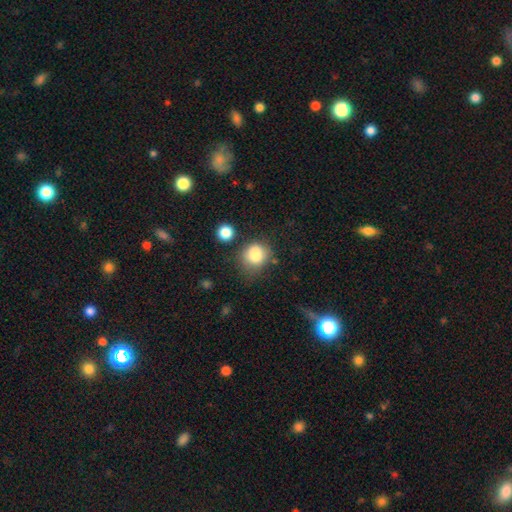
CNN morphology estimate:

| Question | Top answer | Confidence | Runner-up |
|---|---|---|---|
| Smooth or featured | smooth | 81% | star or artifact (10%) |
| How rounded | round | 66% | in between (33%) |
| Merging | none | 58% | minor disturbance (24%) |